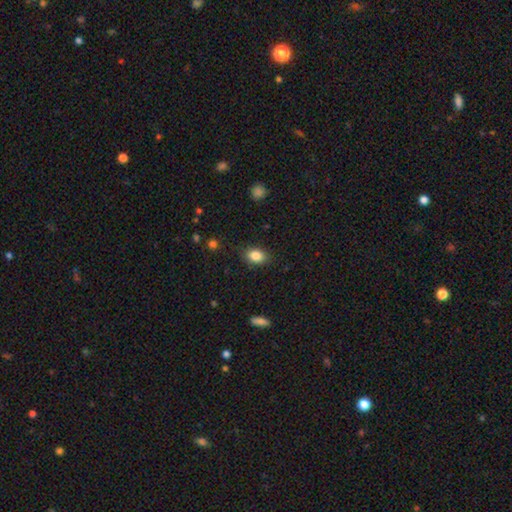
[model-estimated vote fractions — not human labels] smooth-or-featured: smooth: 85% | star or artifact: 9% | featured or disk: 6%
  how-rounded: in between: 78% | round: 20% | cigar-shaped: 2%
  merging: none: 83% | minor disturbance: 13% | major disturbance: 3% | merger: 1%